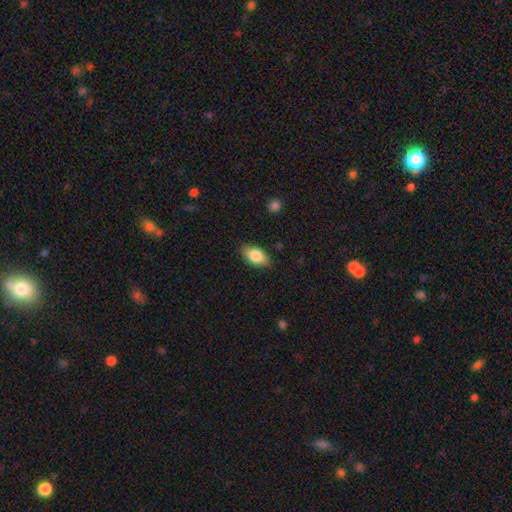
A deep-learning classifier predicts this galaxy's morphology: This is clearly a smooth galaxy (81%). How rounded: clearly in between (89%). Merging: clearly none (85%).